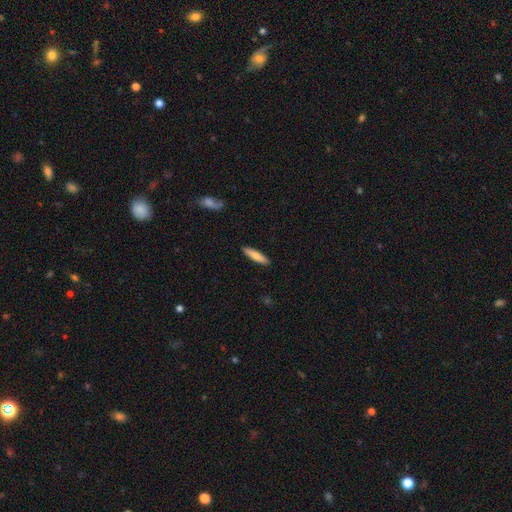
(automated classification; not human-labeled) smooth-or-featured: smooth: 77% | featured or disk: 18% | star or artifact: 5%
  how-rounded: cigar-shaped: 79% | in between: 20% | round: 2%
  merging: none: 91% | minor disturbance: 7% | major disturbance: 1% | merger: 1%